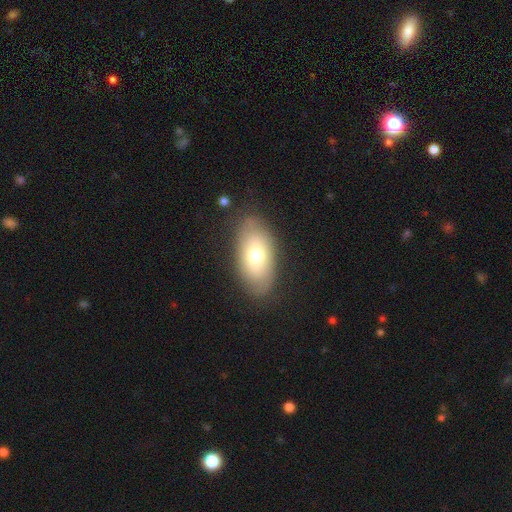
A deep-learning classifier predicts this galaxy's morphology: The model was most divided on "smooth or featured": smooth: 68%, featured or disk: 24%, star or artifact: 8%. More confident: how rounded — in between (92%); merging — none (80%).